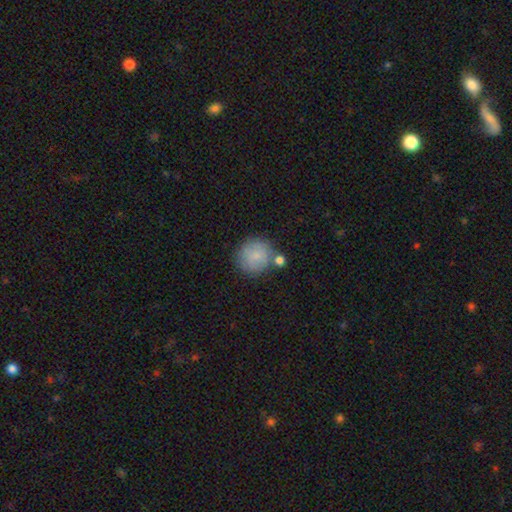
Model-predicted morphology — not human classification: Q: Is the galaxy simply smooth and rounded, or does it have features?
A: smooth — 79%.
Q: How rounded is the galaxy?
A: round — 91%.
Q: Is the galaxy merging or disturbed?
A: none — 62%.